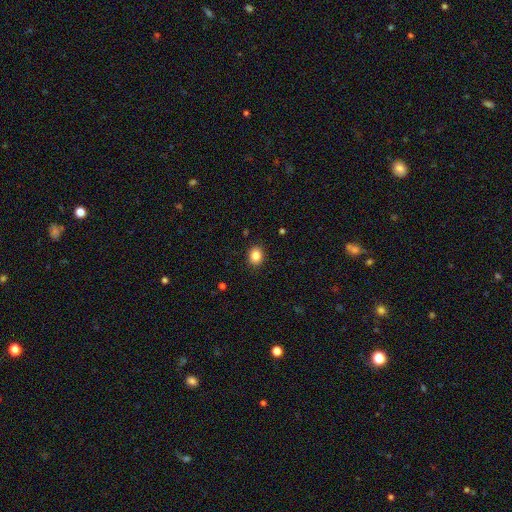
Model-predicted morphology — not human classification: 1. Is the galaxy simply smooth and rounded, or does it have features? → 85% smooth, 10% star or artifact, 5% featured or disk.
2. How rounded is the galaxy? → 52% round, 47% in between, 1% cigar-shaped.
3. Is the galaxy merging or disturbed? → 89% none, 8% minor disturbance, 2% major disturbance, 1% merger.